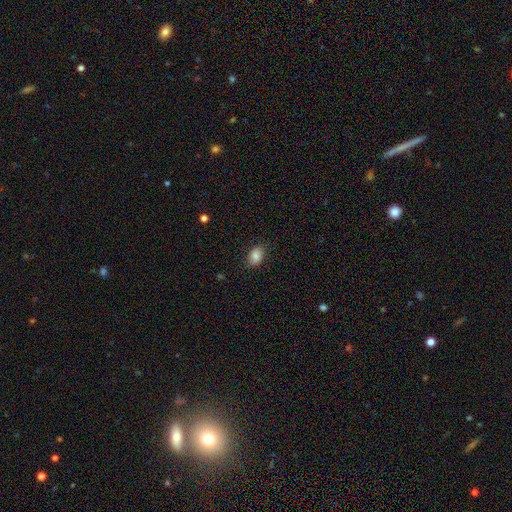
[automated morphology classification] Smooth or featured?
  - smooth: 86% *
  - star or artifact: 8%
  - featured or disk: 6%
How rounded?
  - in between: 82% *
  - round: 17%
  - cigar-shaped: 1%
Merging?
  - none: 81% *
  - minor disturbance: 15%
  - major disturbance: 3%
  - merger: 1%